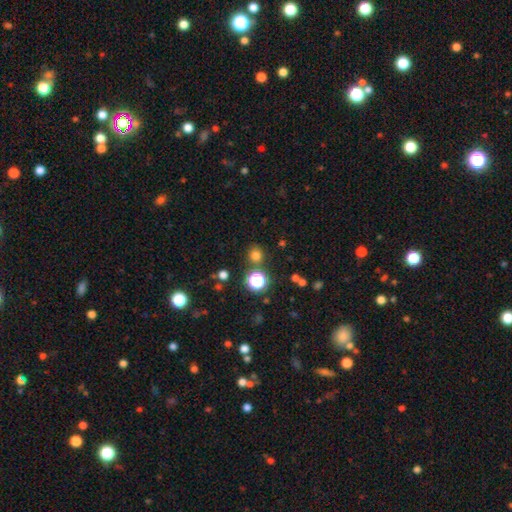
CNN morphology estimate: A smooth galaxy with no disk features (73%) that is round (89%). Merging: none (84%).